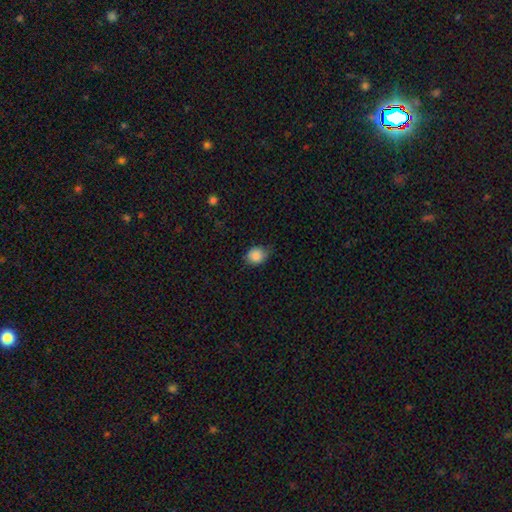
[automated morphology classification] type=smooth (86%); roundness=round (57%); merging=none (65%).